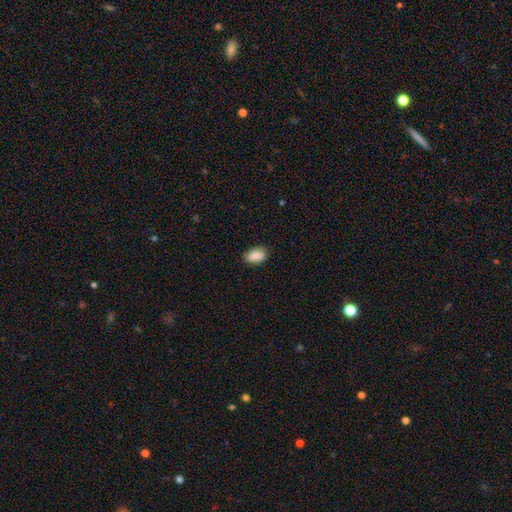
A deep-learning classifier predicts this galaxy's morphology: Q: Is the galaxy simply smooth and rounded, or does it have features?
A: smooth — 81%.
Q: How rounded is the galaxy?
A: in between — 90%.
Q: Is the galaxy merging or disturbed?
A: none — 79%.